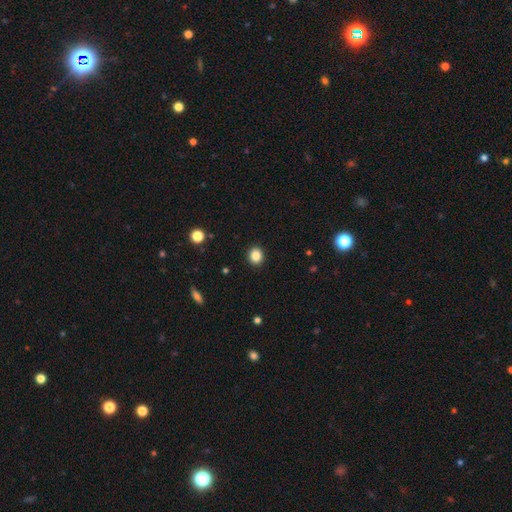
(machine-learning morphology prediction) Overall: smooth (86%). How rounded: round (74%). Merging: none (92%).